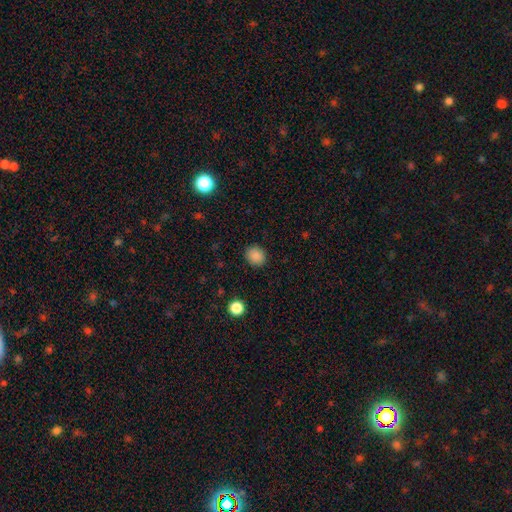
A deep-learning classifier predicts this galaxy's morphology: Smooth or featured?
  - smooth: 87% *
  - star or artifact: 10%
  - featured or disk: 3%
How rounded?
  - round: 73% *
  - in between: 26%
  - cigar-shaped: 1%
Merging?
  - none: 90% *
  - minor disturbance: 7%
  - major disturbance: 2%
  - merger: 1%